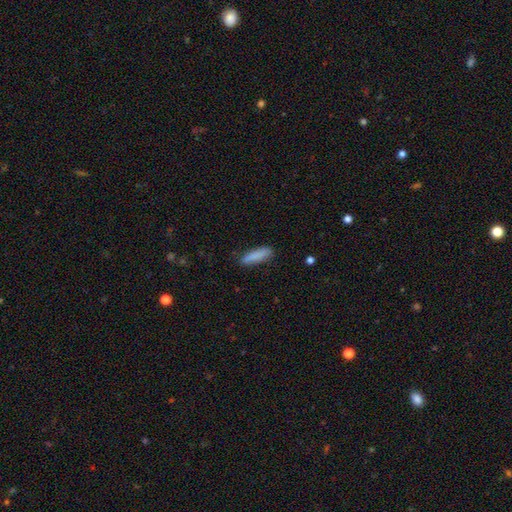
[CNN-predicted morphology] Smooth or featured? smooth (86%)
How rounded? cigar-shaped (71%)
Merging? none (83%)